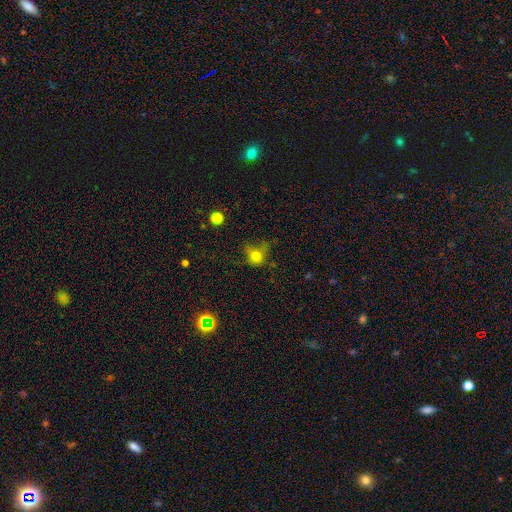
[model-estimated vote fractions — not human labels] This is likely a smooth galaxy (64%). How rounded: likely round (64%). Merging: possibly none (46%).